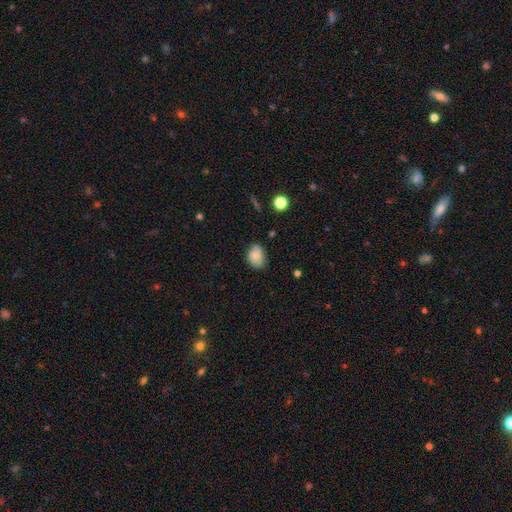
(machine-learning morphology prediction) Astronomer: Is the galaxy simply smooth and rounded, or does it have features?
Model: smooth — 73%.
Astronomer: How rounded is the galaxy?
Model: in between — 66%.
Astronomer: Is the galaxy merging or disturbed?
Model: none — 70%.